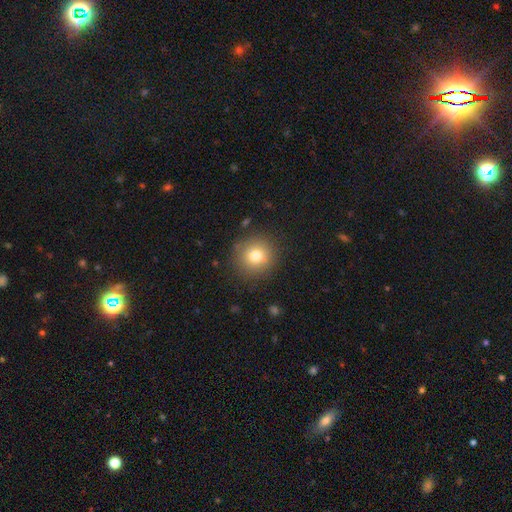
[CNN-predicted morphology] Smooth or featured? smooth (77%)
How rounded? round (93%)
Merging? none (88%)